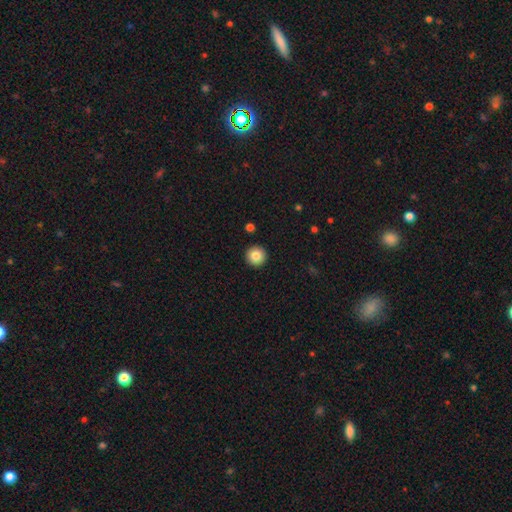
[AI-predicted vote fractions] smooth 85%, star or artifact 9%, featured or disk 6%. Down the decision tree: how rounded — round (96%); merging — none (93%).